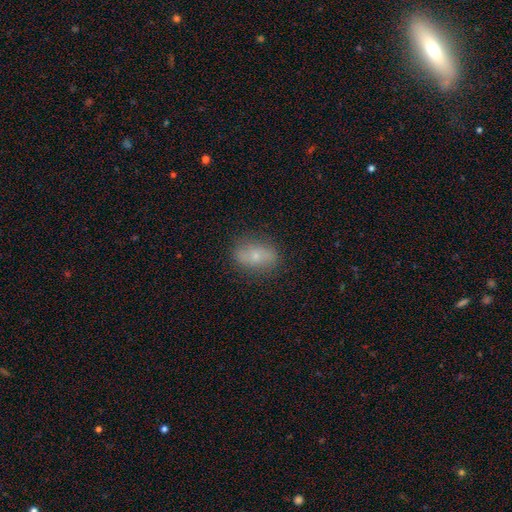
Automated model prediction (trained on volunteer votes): Q: Smooth or featured?
A: smooth (55%); runner-up: featured or disk (35%)
Q: How rounded?
A: in between (79%); runner-up: round (16%)
Q: Merging?
A: none (81%); runner-up: minor disturbance (14%)